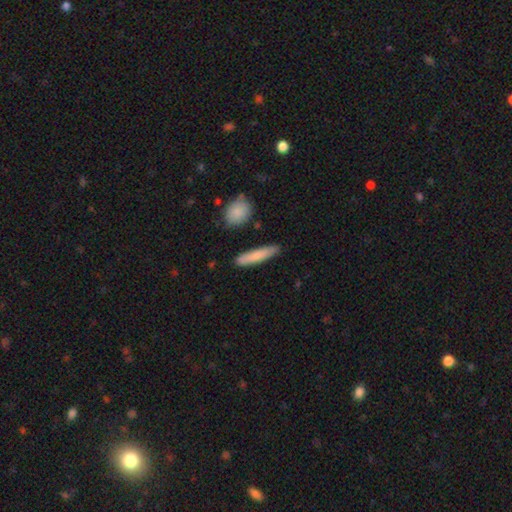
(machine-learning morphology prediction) Smooth or featured?
  - smooth: 80% *
  - featured or disk: 15%
  - star or artifact: 6%
How rounded?
  - cigar-shaped: 85% *
  - in between: 13%
  - round: 2%
Merging?
  - none: 85% *
  - minor disturbance: 10%
  - merger: 3%
  - major disturbance: 2%